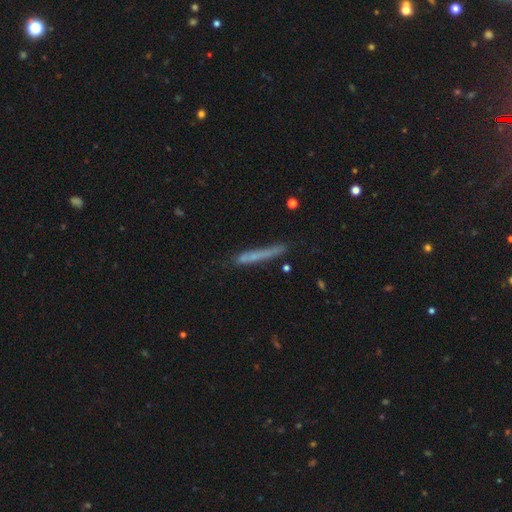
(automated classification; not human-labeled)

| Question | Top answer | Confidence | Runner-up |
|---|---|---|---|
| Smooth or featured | smooth | 58% | featured or disk (33%) |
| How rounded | cigar-shaped | 96% | in between (3%) |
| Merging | none | 72% | minor disturbance (19%) |